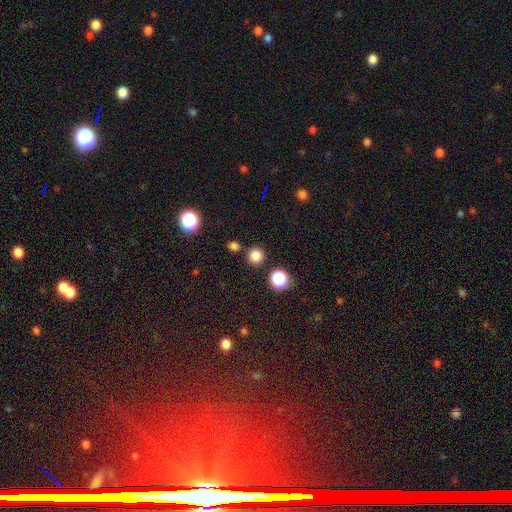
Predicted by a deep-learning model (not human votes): Smooth or featured: smooth — 80% (star or artifact — 16%)
How rounded: round — 93% (in between — 6%)
Merging: none — 85% (minor disturbance — 7%)